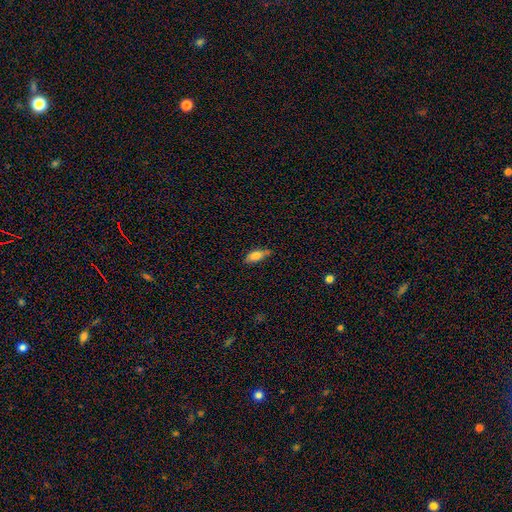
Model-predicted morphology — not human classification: smooth_or_featured: smooth (p=0.79) [alt: featured or disk p=0.13]
how_rounded: in between (p=0.79) [alt: cigar-shaped p=0.18]
merging: none (p=0.68) [alt: minor disturbance p=0.24]